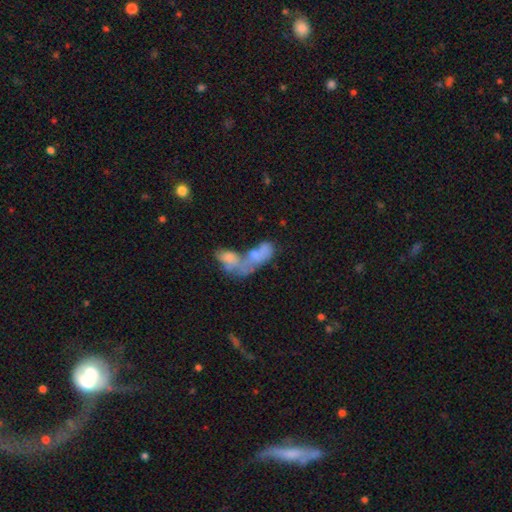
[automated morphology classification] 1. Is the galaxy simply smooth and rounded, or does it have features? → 61% smooth, 28% featured or disk, 11% star or artifact.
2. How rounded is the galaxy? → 83% in between, 9% cigar-shaped, 8% round.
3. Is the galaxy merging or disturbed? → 69% merger, 12% none, 12% major disturbance, 7% minor disturbance.